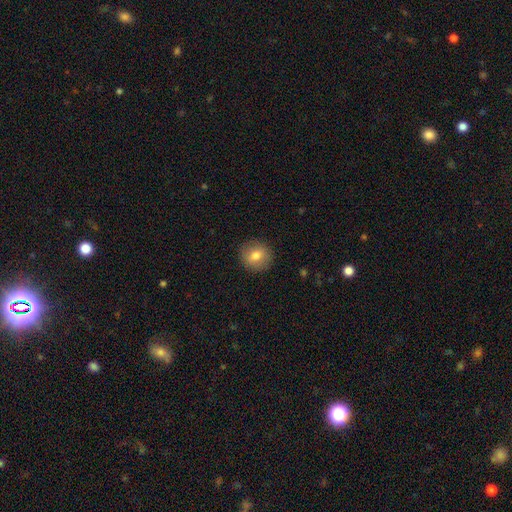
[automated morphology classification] This is likely a smooth galaxy (77%). How rounded: clearly round (89%). Merging: clearly none (90%).